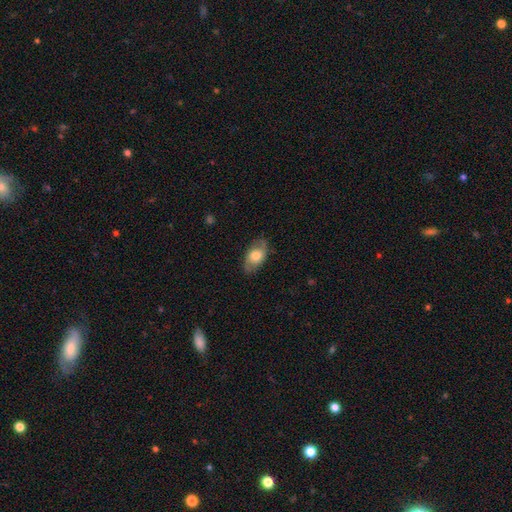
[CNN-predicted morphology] This appears to be a smooth galaxy with no disk features (55%) that is in between round and cigar-shaped (88%). Merging: none (79%).